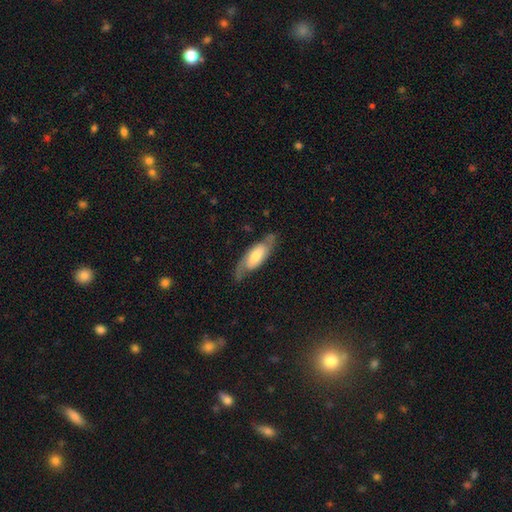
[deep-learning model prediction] This is likely a featured or disk galaxy (64%). It is clearly not viewed edge-on (83%). Bar: possibly no (47%). Spiral arm pattern: clearly yes (87%). Central bulge: possibly moderate (52%). Merging: likely none (73%).